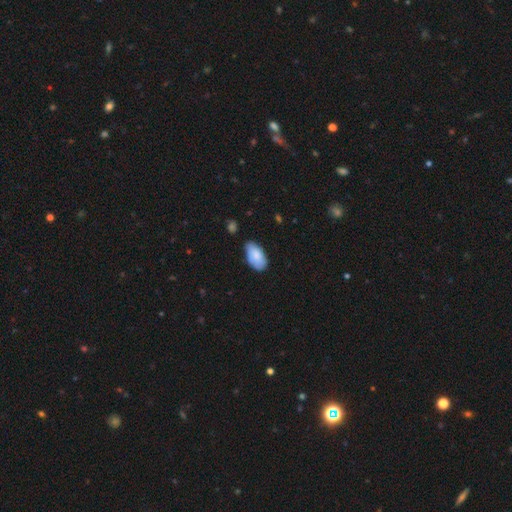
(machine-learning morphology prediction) A smooth galaxy with no disk features (81%) that is in between round and cigar-shaped (95%). Merging: none (57%).